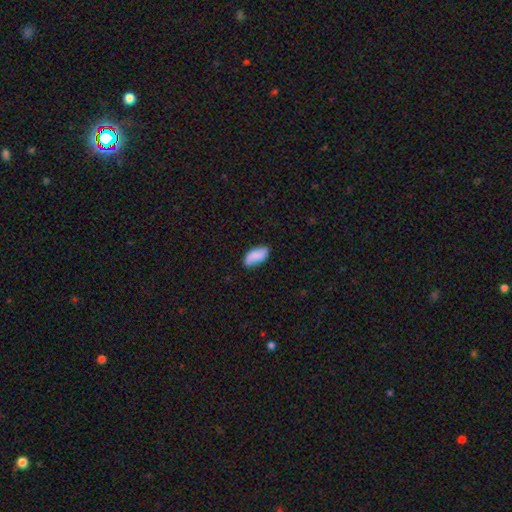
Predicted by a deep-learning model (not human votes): This is clearly a smooth galaxy (81%). How rounded: clearly in between (93%). Merging: likely none (73%).